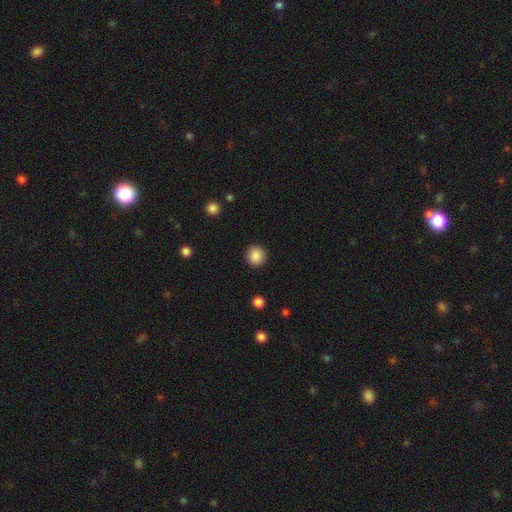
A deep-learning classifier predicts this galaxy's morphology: Smooth or featured?
  - smooth: 88% *
  - star or artifact: 9%
  - featured or disk: 3%
How rounded?
  - round: 94% *
  - in between: 5%
  - cigar-shaped: 1%
Merging?
  - none: 92% *
  - minor disturbance: 5%
  - major disturbance: 2%
  - merger: 1%